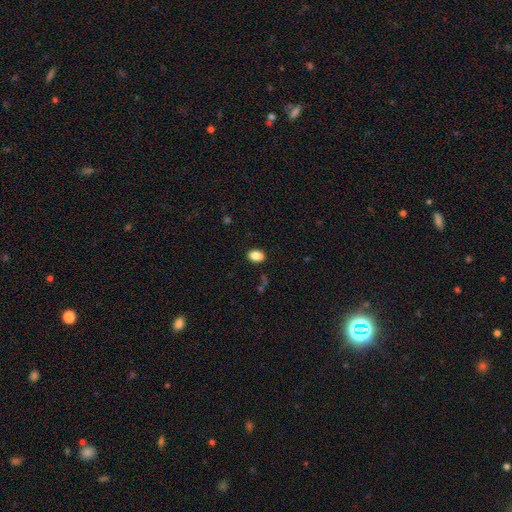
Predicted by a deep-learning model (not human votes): smooth 87%, star or artifact 9%, featured or disk 5%. Down the decision tree: how rounded — in between (83%); merging — none (87%).